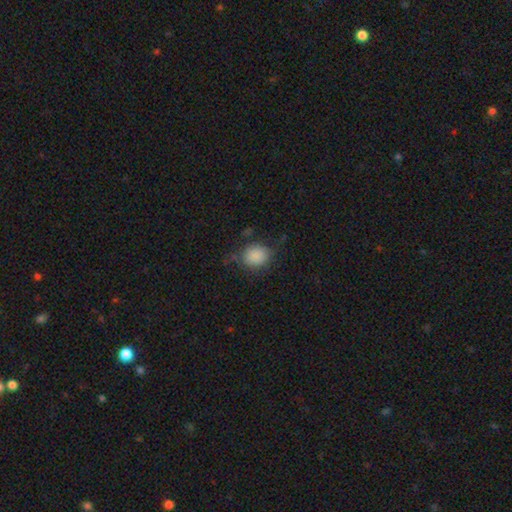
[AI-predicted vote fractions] Overall: smooth (84%). How rounded: round (63%; in between 36%). Merging: none (66%).